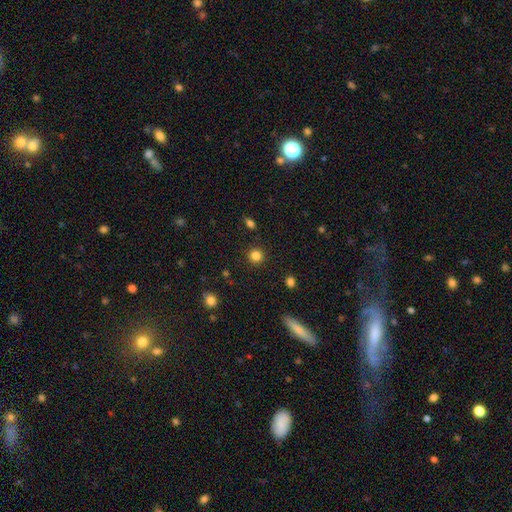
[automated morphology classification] A smooth galaxy with no disk features (84%) that is round (93%). Merging: none (91%).